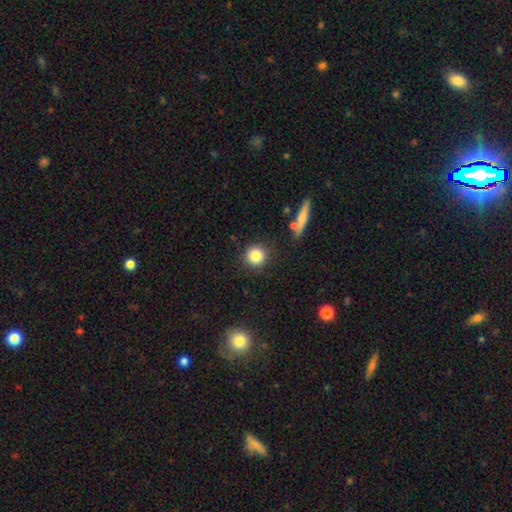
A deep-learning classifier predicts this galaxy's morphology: Overall: smooth (84%). How rounded: round (92%). Merging: none (85%).